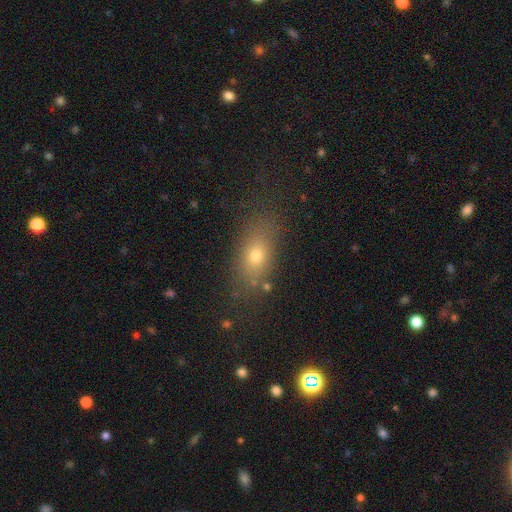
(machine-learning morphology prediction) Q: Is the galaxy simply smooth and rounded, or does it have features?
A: smooth — 72%.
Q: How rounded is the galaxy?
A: in between — 76%.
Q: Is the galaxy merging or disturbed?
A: none — 76%.